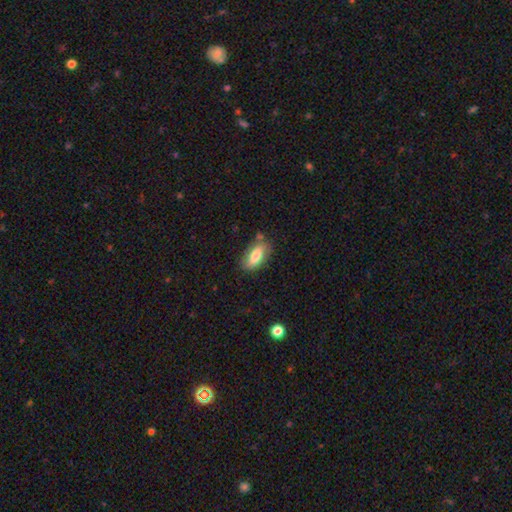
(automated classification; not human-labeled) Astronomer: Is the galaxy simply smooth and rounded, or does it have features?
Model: smooth — 76%.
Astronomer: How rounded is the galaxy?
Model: in between — 85%.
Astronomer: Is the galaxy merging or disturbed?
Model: none — 73%.